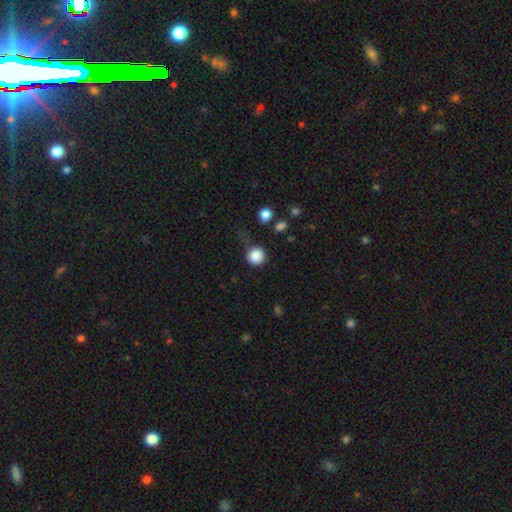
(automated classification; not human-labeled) Overall: smooth (86%). How rounded: round (93%). Merging: none (72%).